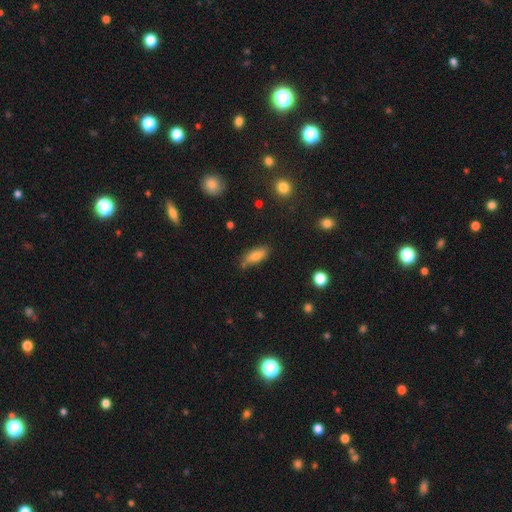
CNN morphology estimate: A smooth galaxy with no disk features (75%) that is in between round and cigar-shaped (69%).

Vote fractions:
- Smooth or featured? smooth: 75% / featured or disk: 17% / star or artifact: 8%
- How rounded? in between: 69% / cigar-shaped: 28% / round: 3%
- Merging? none: 67% / minor disturbance: 23% / merger: 5% / major disturbance: 5%